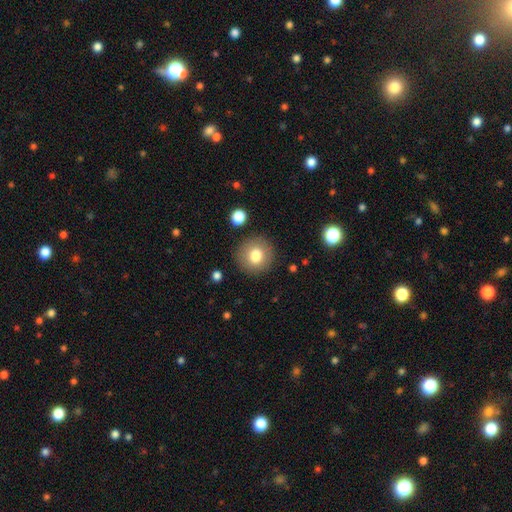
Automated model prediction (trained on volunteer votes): smooth_or_featured: smooth (p=0.78) [alt: featured or disk p=0.12]
how_rounded: round (p=0.93) [alt: in between p=0.06]
merging: none (p=0.88) [alt: minor disturbance p=0.07]